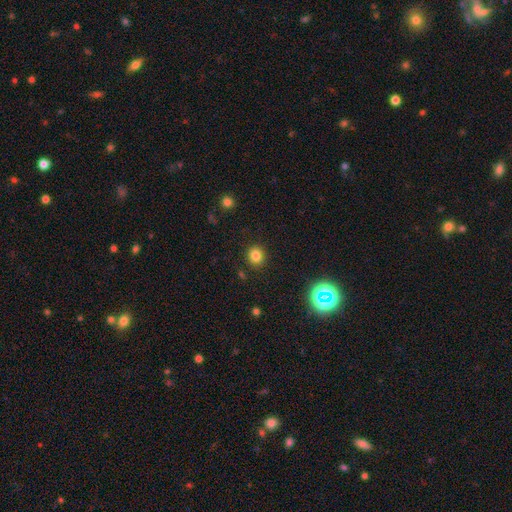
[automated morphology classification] A smooth galaxy with no disk features (79%) that is round (85%). Merging: none (90%).